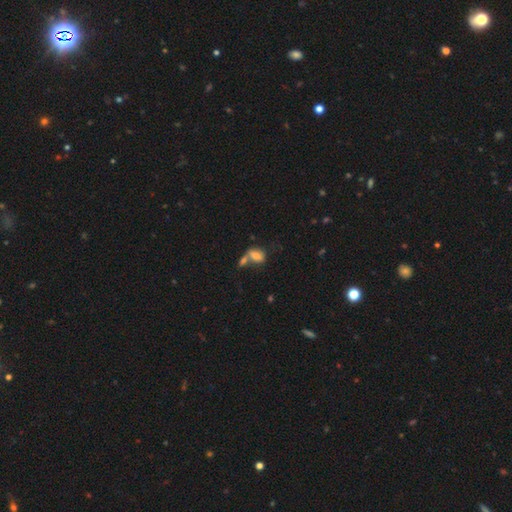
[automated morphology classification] This is likely a smooth galaxy (72%). How rounded: clearly in between (83%). Merging: possibly merger (52%).